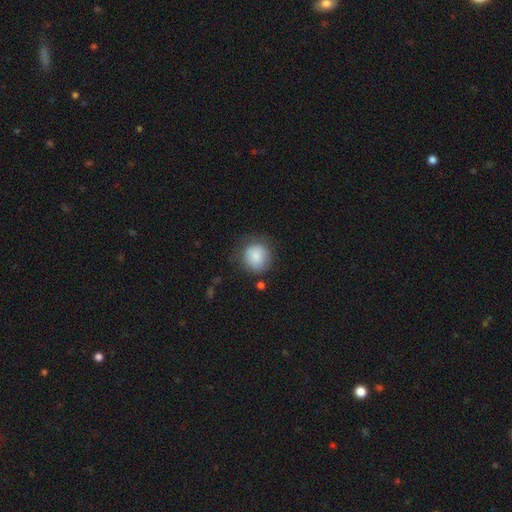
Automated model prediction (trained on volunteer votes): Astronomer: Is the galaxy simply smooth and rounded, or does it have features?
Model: smooth — 82%.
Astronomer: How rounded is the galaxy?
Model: round — 86%.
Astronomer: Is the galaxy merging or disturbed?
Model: none — 70%.